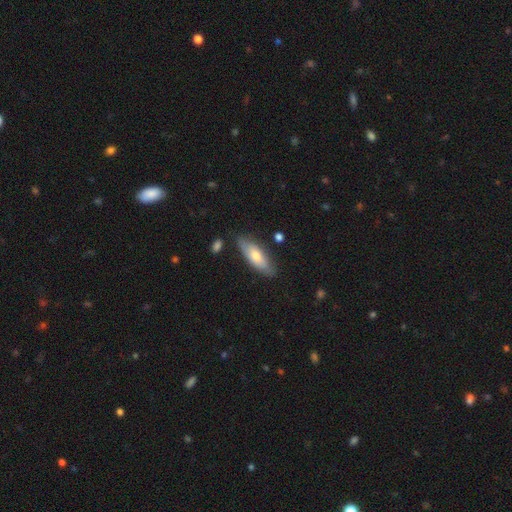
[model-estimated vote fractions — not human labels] Smooth or featured? smooth (61%)
How rounded? in between (64%)
Merging? none (79%)